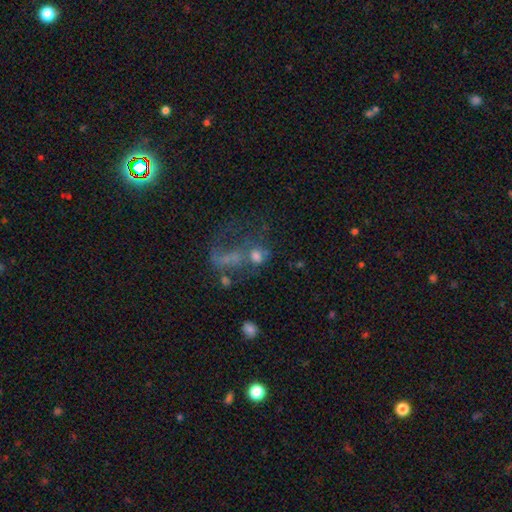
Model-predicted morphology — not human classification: smooth_or_featured: featured or disk (p=0.41) [alt: smooth p=0.37]
merging: major disturbance (p=0.40) [alt: merger p=0.25]